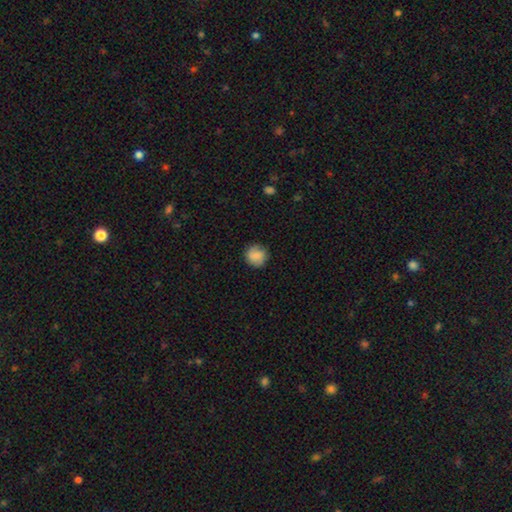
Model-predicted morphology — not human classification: A smooth galaxy with no disk features (83%) that is round (89%).

Vote fractions:
- Smooth or featured? smooth: 83% / featured or disk: 9% / star or artifact: 8%
- How rounded? round: 89% / in between: 10% / cigar-shaped: 1%
- Merging? none: 83% / minor disturbance: 12% / major disturbance: 3% / merger: 1%